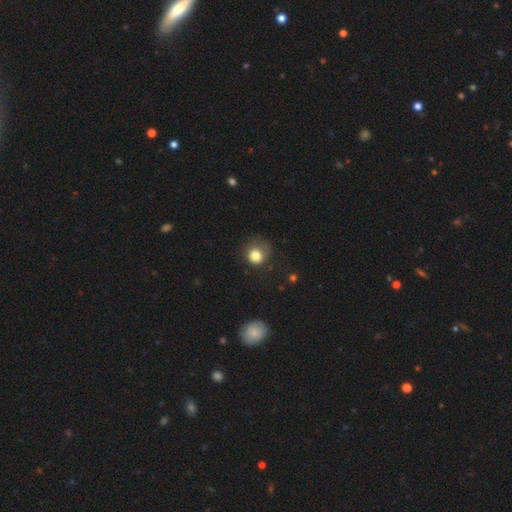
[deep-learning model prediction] A smooth galaxy with no disk features (80%) that is round (82%). Merging: none (52%).